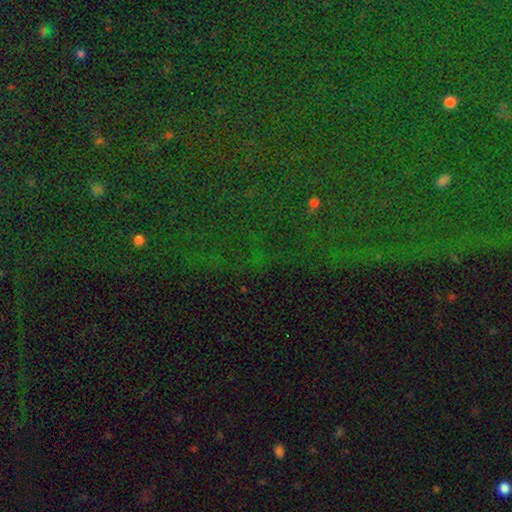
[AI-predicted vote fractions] This appears to be a star or artifact, not a galaxy (78%).